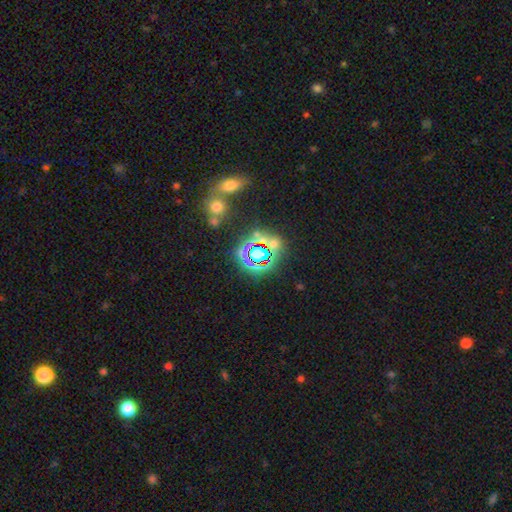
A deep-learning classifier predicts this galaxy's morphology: Smooth or featured? star or artifact (65%)